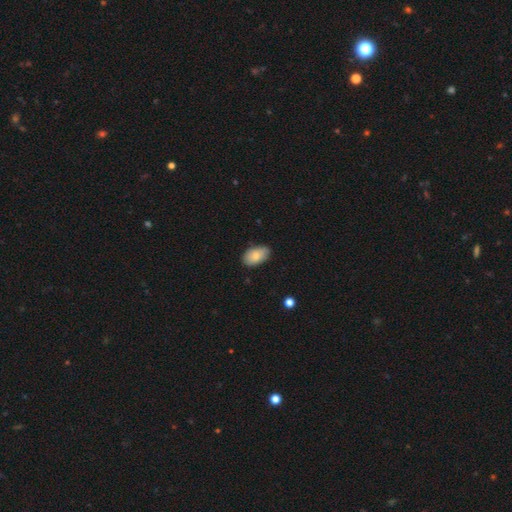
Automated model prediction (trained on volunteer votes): This is likely a smooth galaxy (80%). How rounded: clearly in between (93%). Merging: likely none (75%).